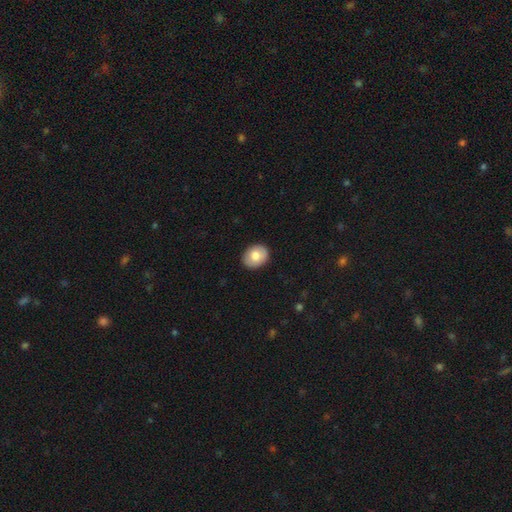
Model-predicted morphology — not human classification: This appears to be a smooth galaxy with no disk features (77%) that is in between round and cigar-shaped (55%). Merging: none (89%).